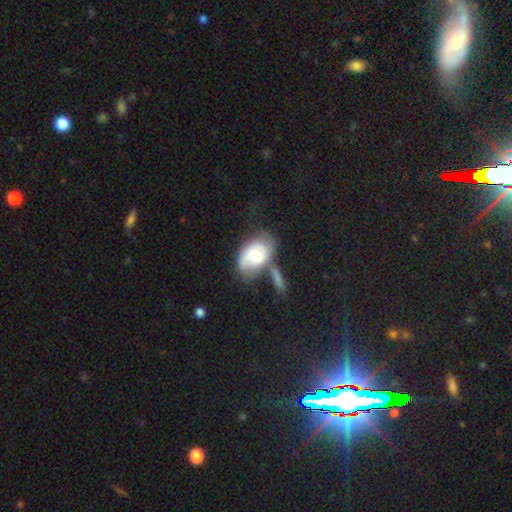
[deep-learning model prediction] A smooth galaxy with no disk features (50%).

Vote fractions:
- Smooth or featured? smooth: 50% / featured or disk: 44% / star or artifact: 7%
- Merging? none: 33% / merger: 30% / minor disturbance: 21% / major disturbance: 16%